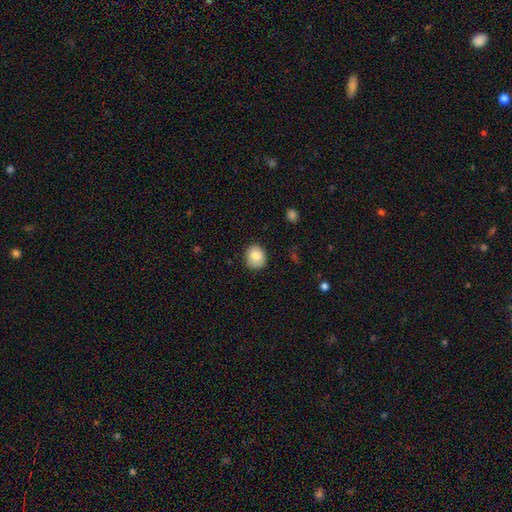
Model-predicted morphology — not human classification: This appears to be a smooth galaxy with no disk features (83%) that is round (69%). Merging: none (84%).